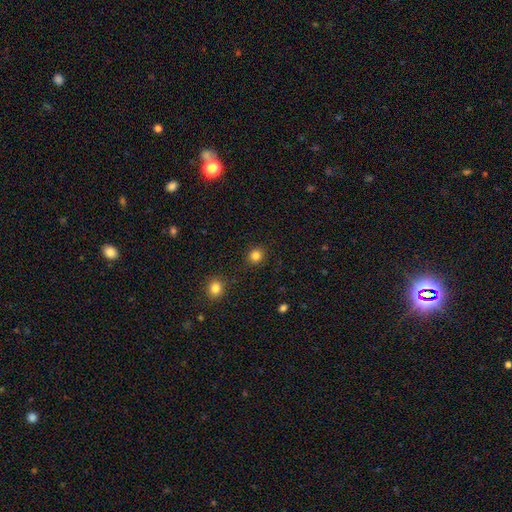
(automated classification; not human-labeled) Q: Smooth or featured?
A: smooth (84%); runner-up: star or artifact (12%)
Q: How rounded?
A: round (89%); runner-up: in between (10%)
Q: Merging?
A: none (90%); runner-up: minor disturbance (6%)